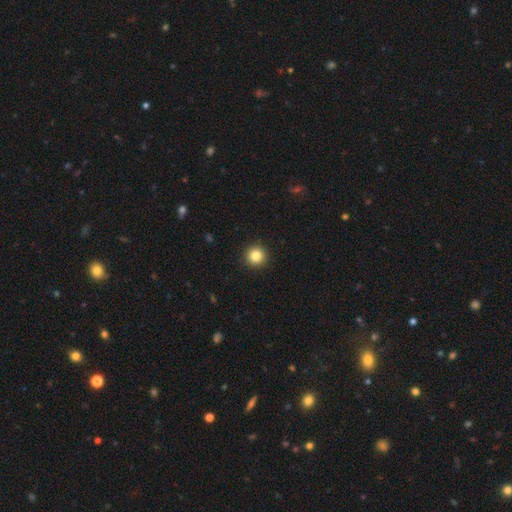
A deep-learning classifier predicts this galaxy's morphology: This appears to be a smooth galaxy with no disk features (85%) that is round (96%). Merging: none (93%).